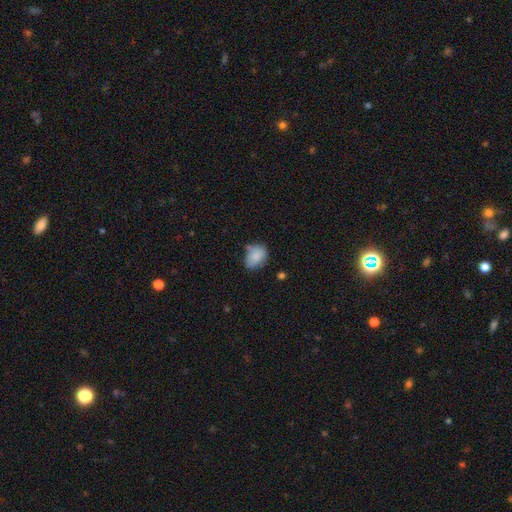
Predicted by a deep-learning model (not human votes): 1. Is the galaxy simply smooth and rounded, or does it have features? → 81% smooth, 10% featured or disk, 8% star or artifact.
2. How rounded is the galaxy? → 64% in between, 34% round, 1% cigar-shaped.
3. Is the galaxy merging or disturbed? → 52% none, 33% minor disturbance, 8% major disturbance, 7% merger.